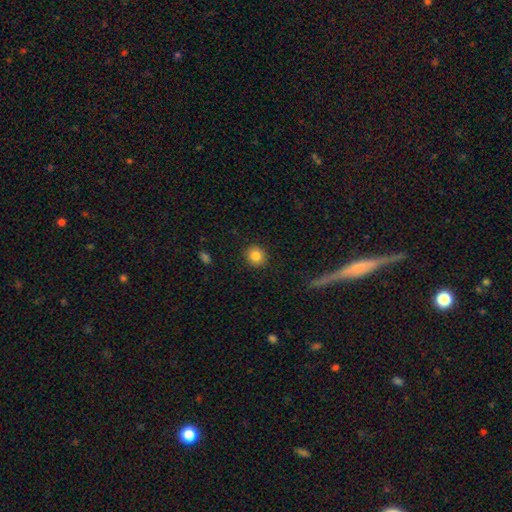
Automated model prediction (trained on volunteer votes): Smooth or featured?
  - smooth: 84% *
  - star or artifact: 10%
  - featured or disk: 6%
How rounded?
  - round: 88% *
  - in between: 11%
  - cigar-shaped: 1%
Merging?
  - none: 91% *
  - minor disturbance: 6%
  - major disturbance: 2%
  - merger: 1%